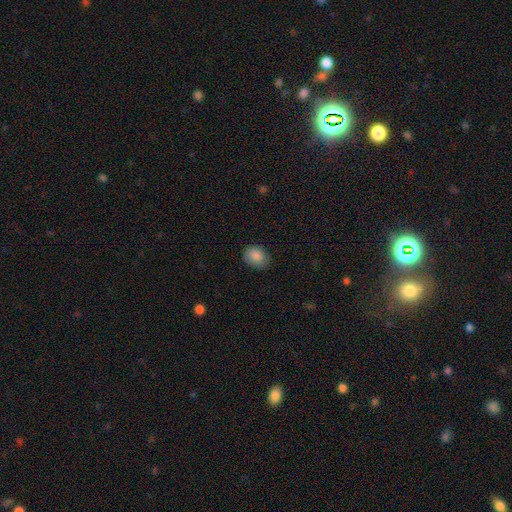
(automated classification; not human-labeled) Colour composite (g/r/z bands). It shows a smooth galaxy with no disk features (87%) that is in between round and cigar-shaped (51%). Merging: none (79%).